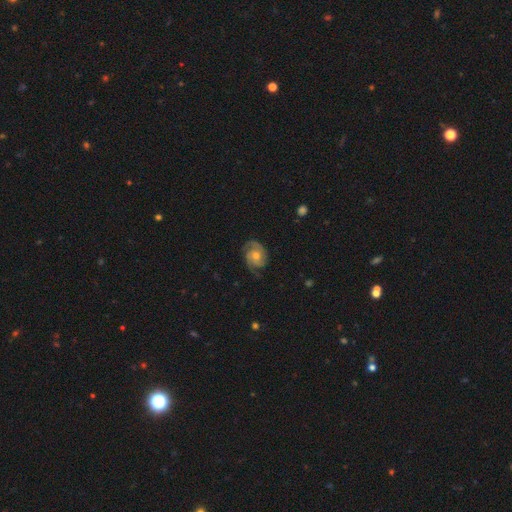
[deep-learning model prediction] This appears to be a featured or disk galaxy (82%) with no bar (73%), 2 (51%) tight (53%) spiral arms (96%) and a moderate central bulge (67%). Merging: none (75%).